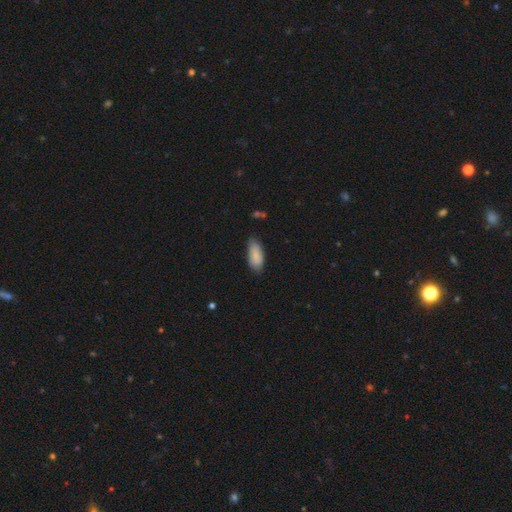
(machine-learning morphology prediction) This appears to be a smooth galaxy with no disk features (88%) that is in between round and cigar-shaped (87%). Merging: none (74%).